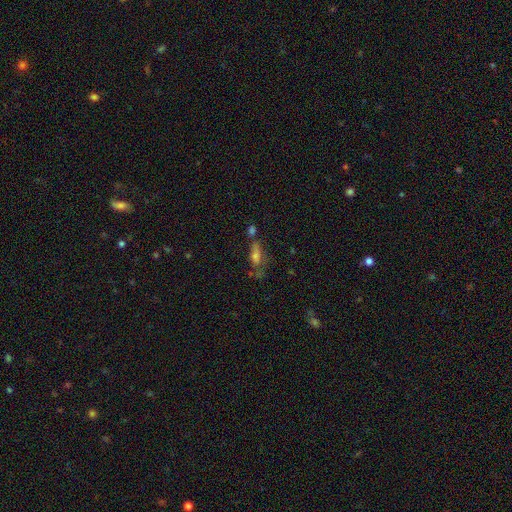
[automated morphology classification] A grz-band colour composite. It shows a smooth galaxy with no disk features (56%) that is in between round and cigar-shaped (69%). Merging: none (34%).